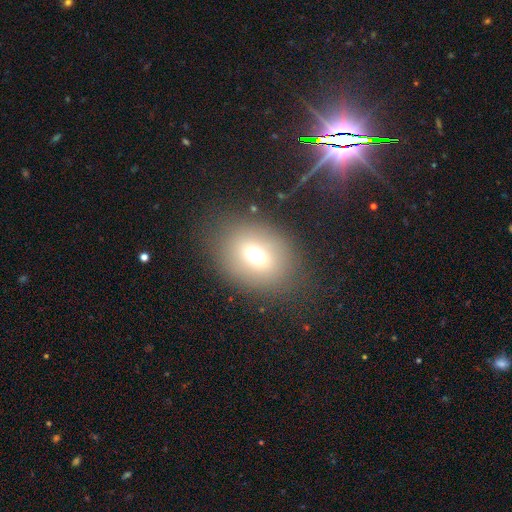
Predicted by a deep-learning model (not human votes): This is likely a smooth galaxy (67%). How rounded: possibly round (53%). Merging: likely none (80%).